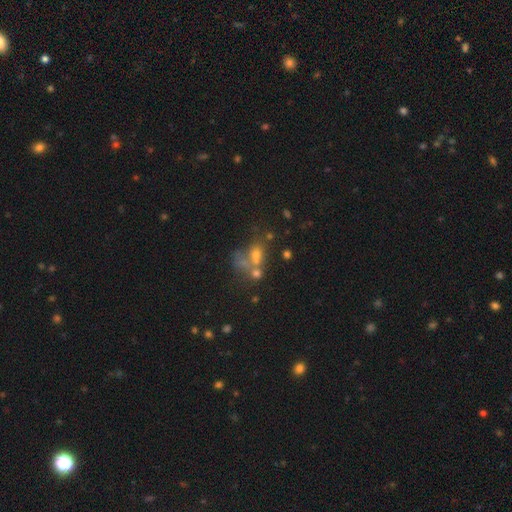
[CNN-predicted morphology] A smooth galaxy with no disk features (44%). Merging: merger (43%).